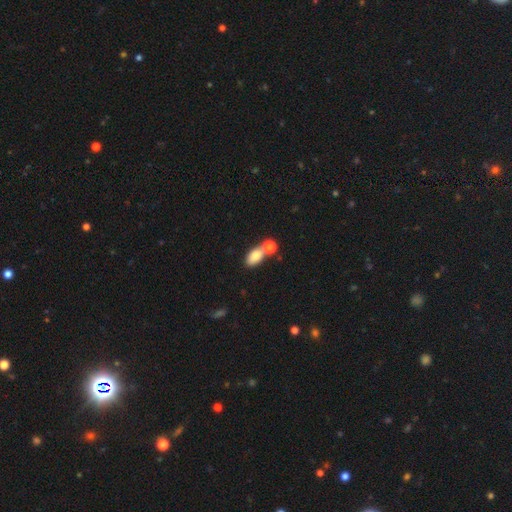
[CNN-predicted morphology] A smooth galaxy with no disk features (80%) that is in between round and cigar-shaped (85%).

Vote fractions:
- Smooth or featured? smooth: 80% / featured or disk: 11% / star or artifact: 9%
- How rounded? in between: 85% / round: 11% / cigar-shaped: 4%
- Merging? none: 43% / merger: 42% / minor disturbance: 10% / major disturbance: 4%